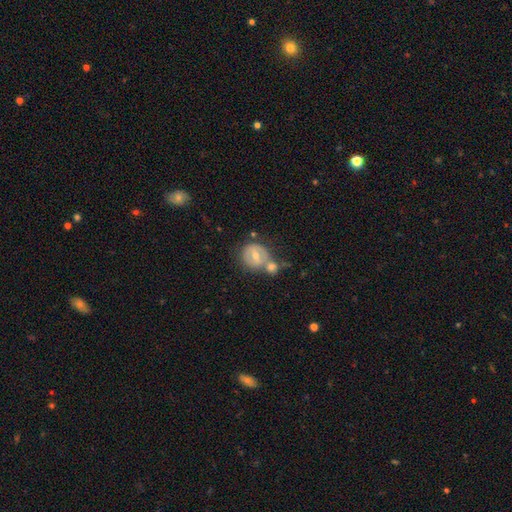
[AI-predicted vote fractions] Smooth or featured? featured or disk (51%)
Edge-on disk? no (95%)
Merging? merger (42%)